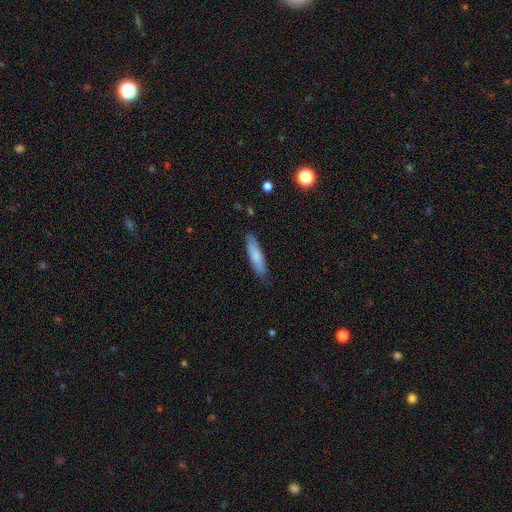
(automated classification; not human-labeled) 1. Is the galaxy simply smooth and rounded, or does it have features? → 76% smooth, 18% featured or disk, 6% star or artifact.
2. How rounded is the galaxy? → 75% cigar-shaped, 24% in between, 1% round.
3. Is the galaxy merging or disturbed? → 81% none, 15% minor disturbance, 2% major disturbance, 1% merger.